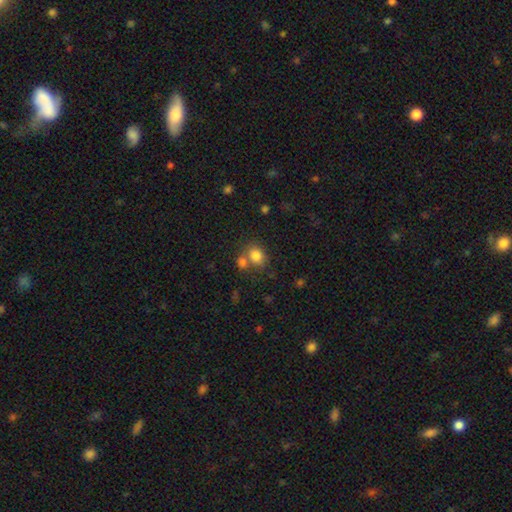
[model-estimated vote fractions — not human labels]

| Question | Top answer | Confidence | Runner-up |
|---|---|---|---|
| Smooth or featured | smooth | 81% | star or artifact (11%) |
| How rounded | round | 60% | in between (39%) |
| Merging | none | 53% | merger (32%) |